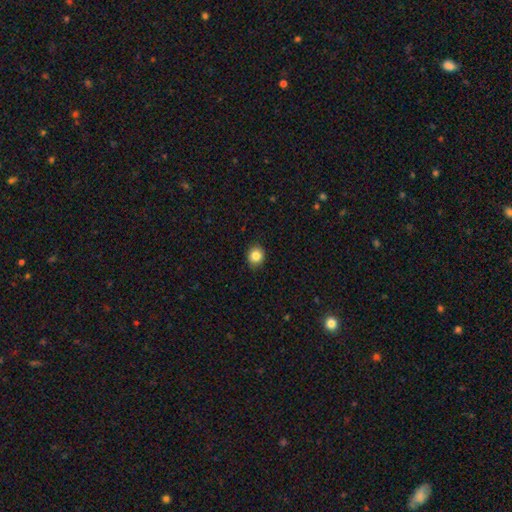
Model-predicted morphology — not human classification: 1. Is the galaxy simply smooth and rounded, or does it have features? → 85% smooth, 10% star or artifact, 5% featured or disk.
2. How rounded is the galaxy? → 77% round, 22% in between, 1% cigar-shaped.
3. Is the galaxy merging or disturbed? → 90% none, 8% minor disturbance, 2% major disturbance, 1% merger.